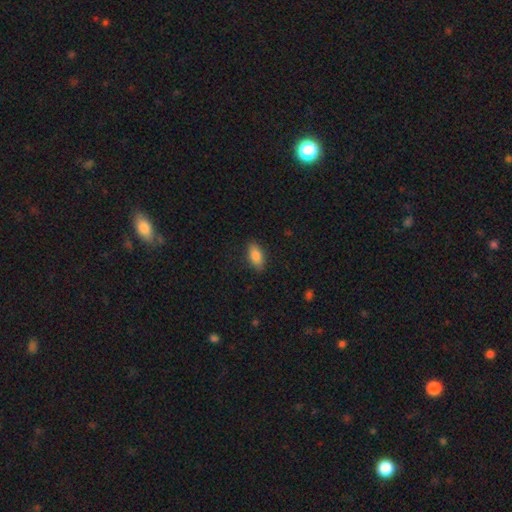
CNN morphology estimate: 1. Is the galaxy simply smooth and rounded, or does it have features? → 83% smooth, 10% featured or disk, 7% star or artifact.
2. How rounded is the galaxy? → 87% in between, 10% cigar-shaped, 3% round.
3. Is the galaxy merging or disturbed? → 85% none, 11% minor disturbance, 3% major disturbance, 1% merger.